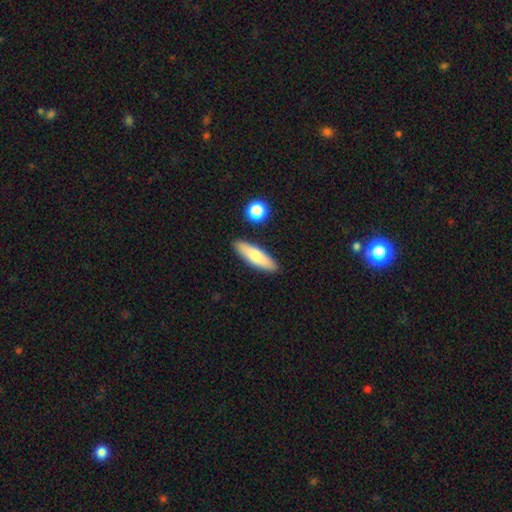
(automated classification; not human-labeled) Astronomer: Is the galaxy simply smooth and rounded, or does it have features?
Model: smooth — 75%.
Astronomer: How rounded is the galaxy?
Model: cigar-shaped — 60% (runner-up: in between, 38%).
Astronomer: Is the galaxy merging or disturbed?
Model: none — 88%.